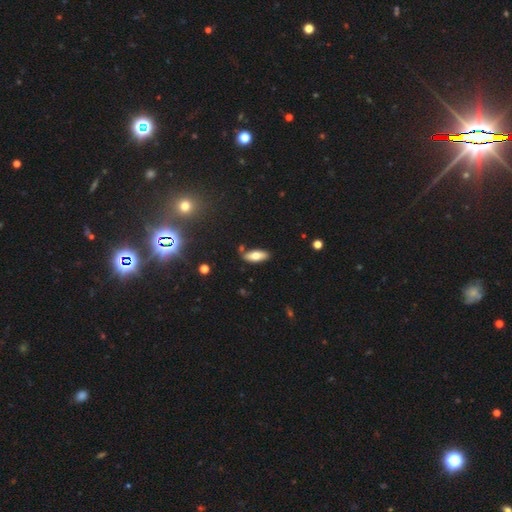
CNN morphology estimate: smooth_or_featured: smooth (p=0.71) [alt: featured or disk p=0.21]
how_rounded: in between (p=0.78) [alt: cigar-shaped p=0.20]
merging: none (p=0.81) [alt: minor disturbance p=0.12]